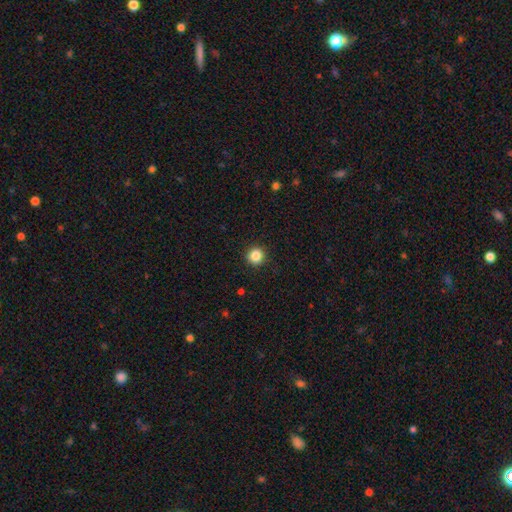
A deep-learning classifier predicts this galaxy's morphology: Smooth or featured: smooth — 85% (star or artifact — 11%)
How rounded: round — 92% (in between — 7%)
Merging: none — 91% (minor disturbance — 6%)